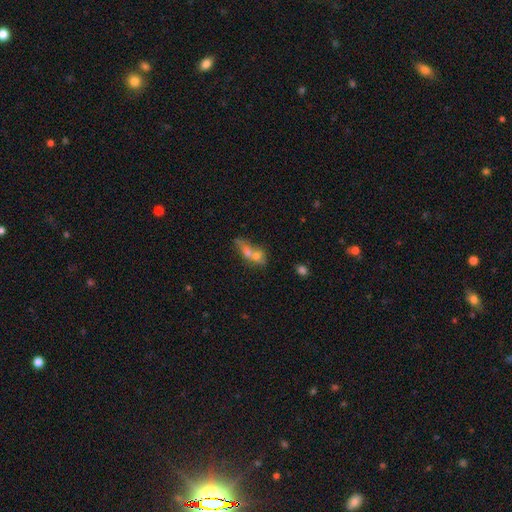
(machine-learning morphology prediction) Smooth or featured?
  - smooth: 59% *
  - featured or disk: 29%
  - star or artifact: 12%
How rounded?
  - in between: 56% *
  - round: 28%
  - cigar-shaped: 16%
Merging?
  - merger: 67% *
  - none: 19%
  - minor disturbance: 8%
  - major disturbance: 7%